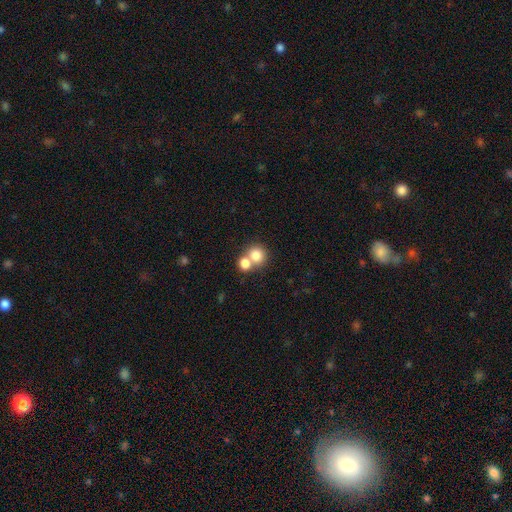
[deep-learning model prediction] Smooth or featured? Predicted: smooth (p=0.79). How rounded? Predicted: round (p=0.82). Merging? Predicted: merger (p=0.51).